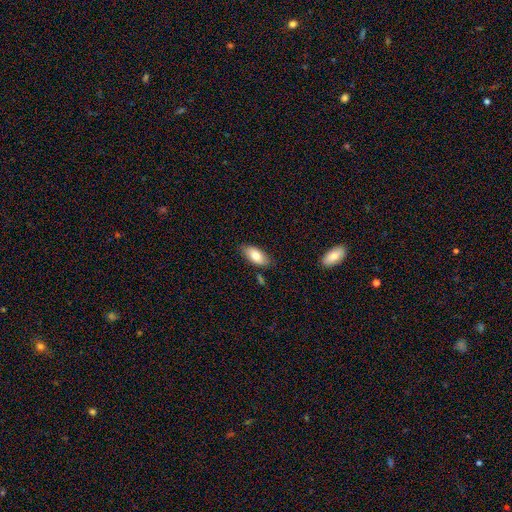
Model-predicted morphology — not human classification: Smooth or featured? smooth (78%)
How rounded? in between (89%)
Merging? none (81%)